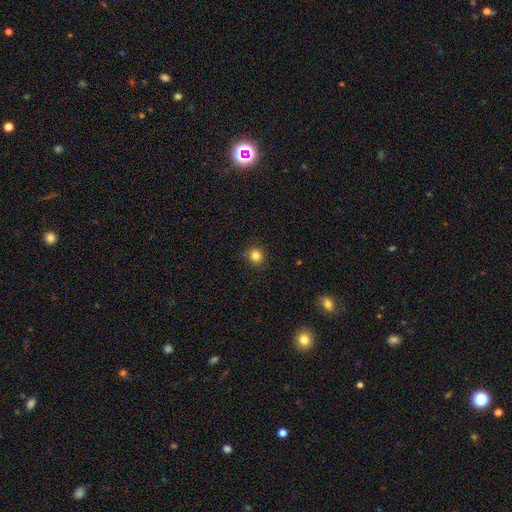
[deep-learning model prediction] Smooth or featured?
  - smooth: 83% *
  - star or artifact: 12%
  - featured or disk: 4%
How rounded?
  - round: 92% *
  - in between: 7%
  - cigar-shaped: 1%
Merging?
  - none: 85% *
  - minor disturbance: 11%
  - major disturbance: 3%
  - merger: 1%